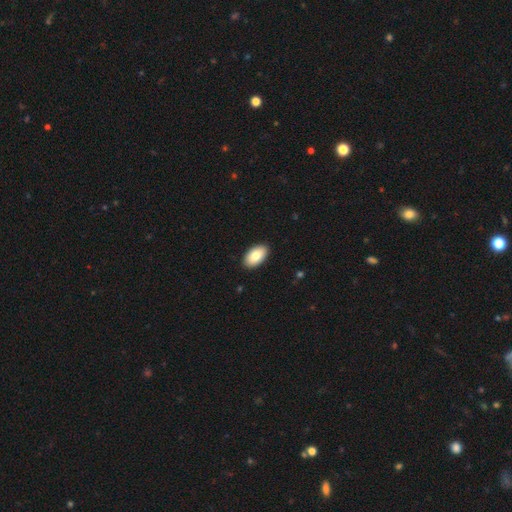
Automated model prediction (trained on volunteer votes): Smooth or featured? smooth (85%)
How rounded? in between (96%)
Merging? none (90%)